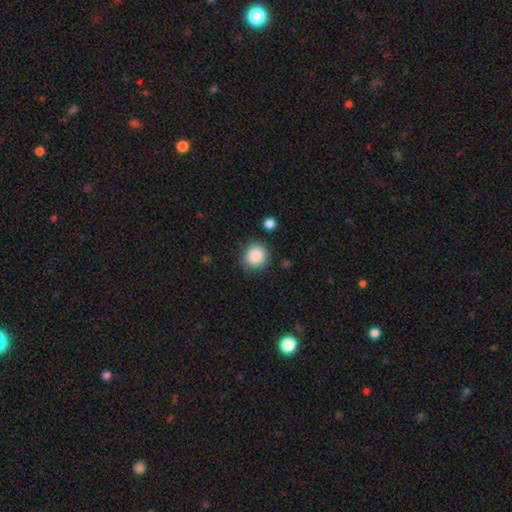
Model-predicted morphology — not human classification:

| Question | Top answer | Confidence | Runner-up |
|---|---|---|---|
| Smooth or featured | smooth | 88% | star or artifact (9%) |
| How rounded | round | 85% | in between (14%) |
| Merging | none | 83% | minor disturbance (10%) |